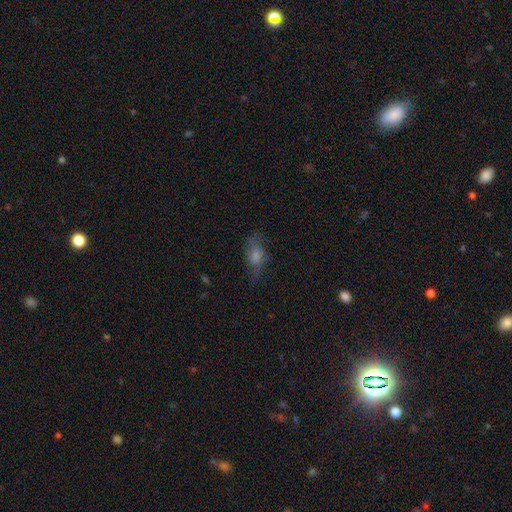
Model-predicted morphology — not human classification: Overall: featured or disk (45%; smooth 38%). Merging: none (63%).